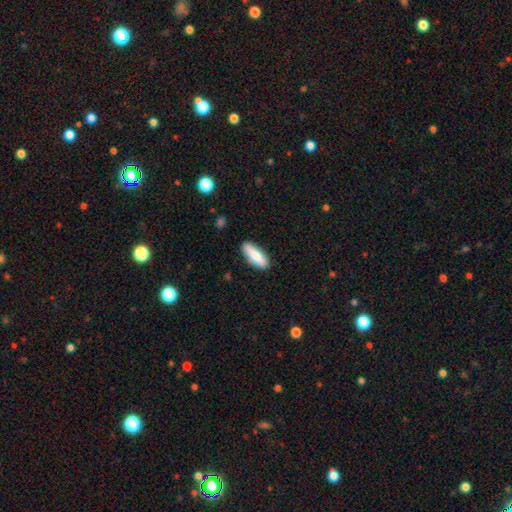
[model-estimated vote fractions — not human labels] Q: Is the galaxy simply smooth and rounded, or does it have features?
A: smooth — 80%.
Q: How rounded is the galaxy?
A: in between — 59%.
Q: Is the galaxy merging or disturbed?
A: none — 87%.